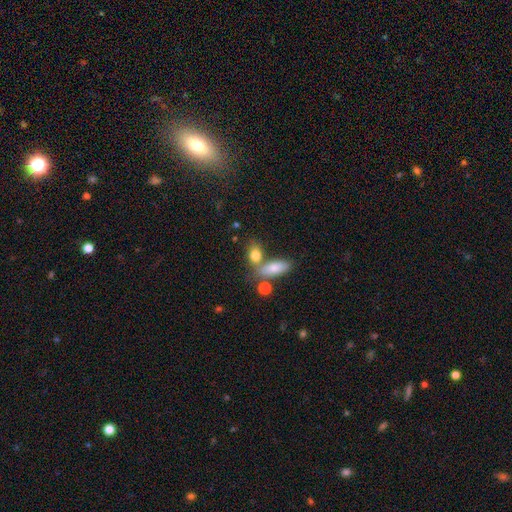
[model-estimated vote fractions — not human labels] The model was most divided on "merging": none: 47%, merger: 37%, minor disturbance: 12%, major disturbance: 5%. More confident: smooth or featured — smooth (79%); how rounded — in between (73%).